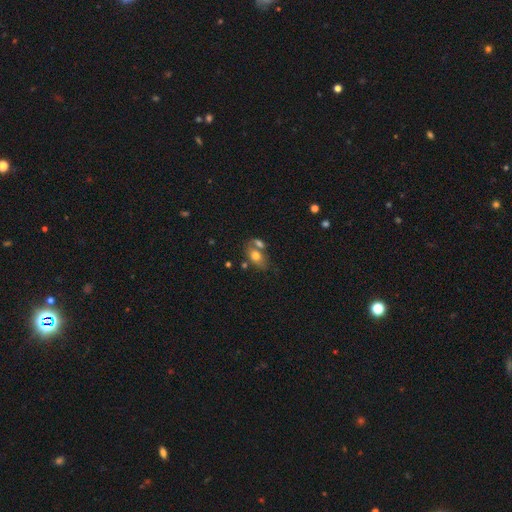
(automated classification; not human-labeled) Smooth or featured: smooth — 69% (featured or disk — 22%)
How rounded: in between — 83% (round — 13%)
Merging: merger — 40% (tied with none — 40%)